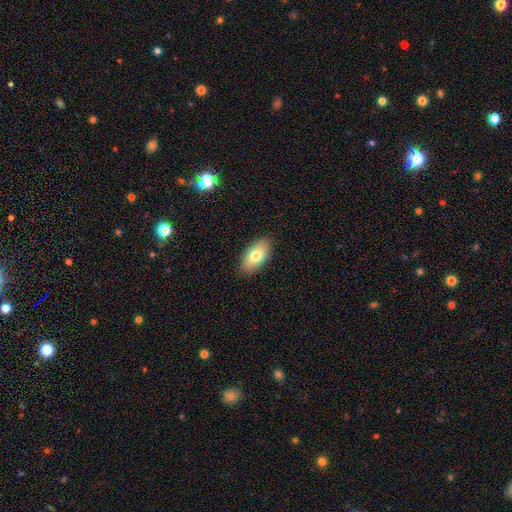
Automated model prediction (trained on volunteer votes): Overall: smooth (78%). How rounded: in between (92%). Merging: none (89%).